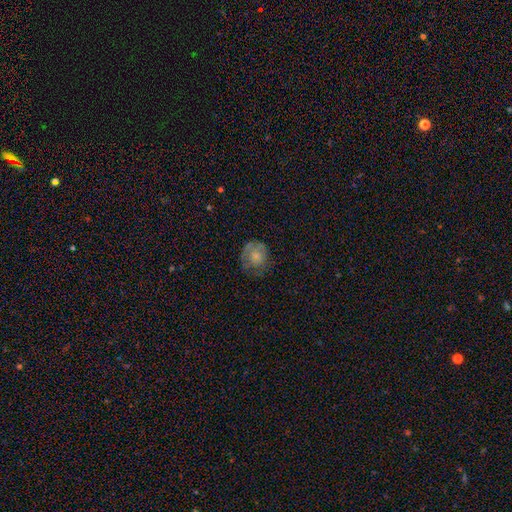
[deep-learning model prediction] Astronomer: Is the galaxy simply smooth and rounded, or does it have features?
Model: smooth — 62%.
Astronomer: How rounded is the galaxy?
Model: round — 74%.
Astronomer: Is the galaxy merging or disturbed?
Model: none — 55%.